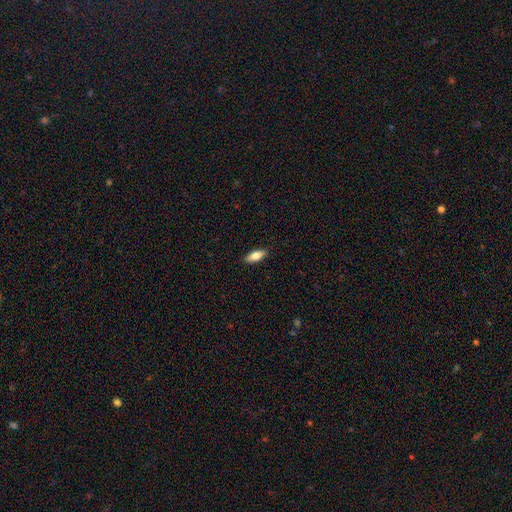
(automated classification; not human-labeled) Overall: smooth (77%). How rounded: in between (73%). Merging: none (88%).